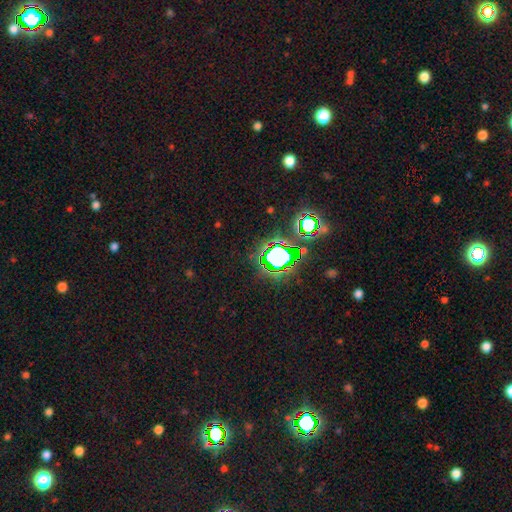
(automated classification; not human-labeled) Smooth or featured? Predicted: star or artifact (p=0.81).